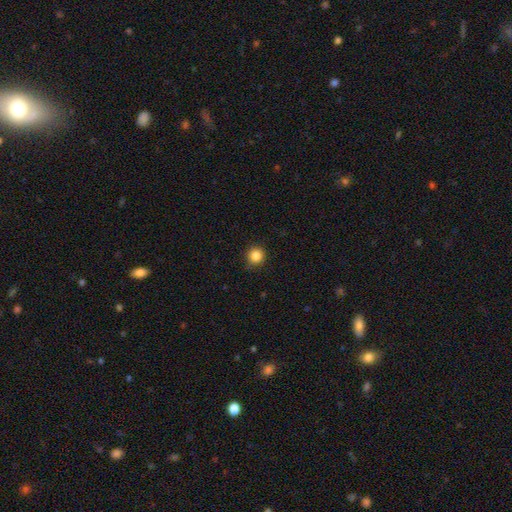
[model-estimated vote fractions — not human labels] smooth_or_featured: smooth (p=0.85) [alt: star or artifact p=0.11]
how_rounded: round (p=0.93) [alt: in between p=0.06]
merging: none (p=0.89) [alt: minor disturbance p=0.08]